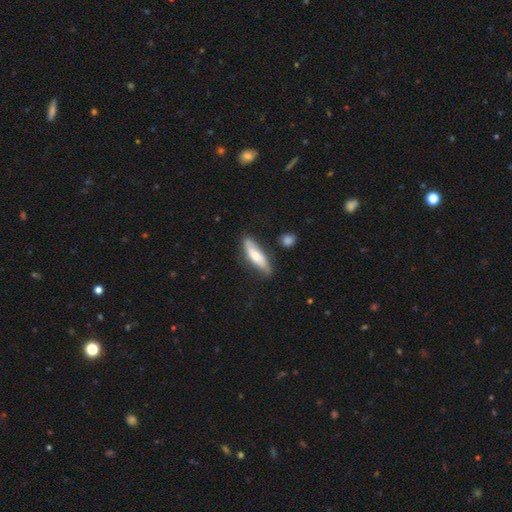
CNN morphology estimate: smooth_or_featured: smooth (p=0.66) [alt: featured or disk p=0.29]
how_rounded: cigar-shaped (p=0.64) [alt: in between p=0.34]
merging: none (p=0.73) [alt: minor disturbance p=0.19]